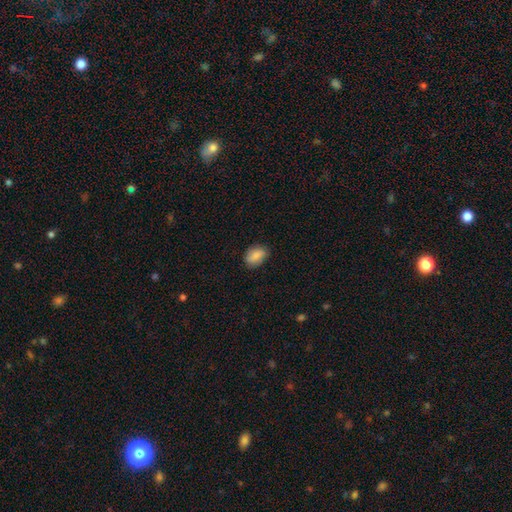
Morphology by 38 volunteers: Smooth or featured: smooth — 84% (featured or disk — 11%)
How rounded: in between — 88% (round — 12%)
Merging: none — 92% (minor disturbance — 8%)